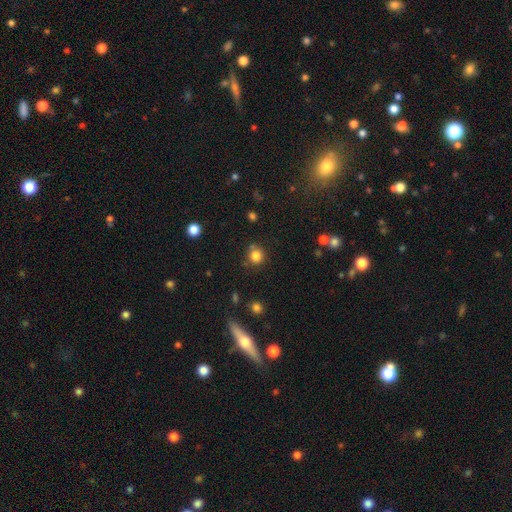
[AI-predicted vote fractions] Smooth or featured?
  - smooth: 82% *
  - star or artifact: 13%
  - featured or disk: 5%
How rounded?
  - round: 89% *
  - in between: 10%
  - cigar-shaped: 1%
Merging?
  - none: 73% *
  - minor disturbance: 14%
  - merger: 10%
  - major disturbance: 4%